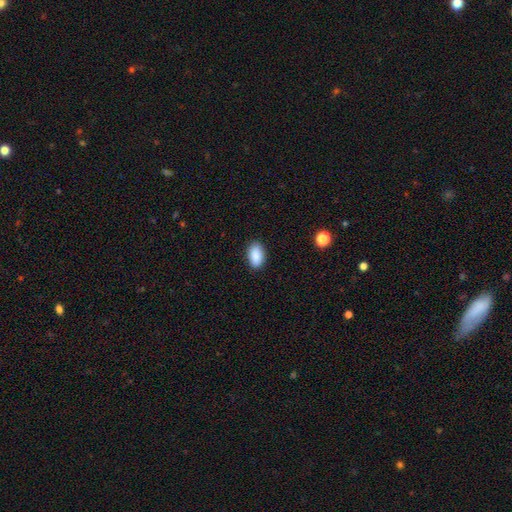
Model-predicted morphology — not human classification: Smooth or featured: smooth — 89% (star or artifact — 7%)
How rounded: in between — 93% (round — 5%)
Merging: none — 88% (minor disturbance — 9%)